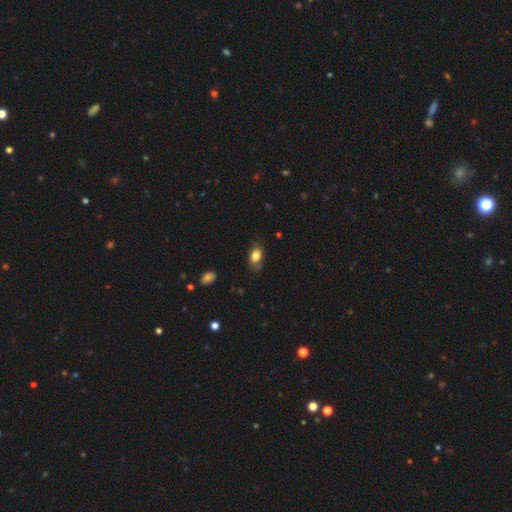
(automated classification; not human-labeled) This appears to be a smooth galaxy with no disk features (82%) that is in between round and cigar-shaped (84%). Merging: none (69%).